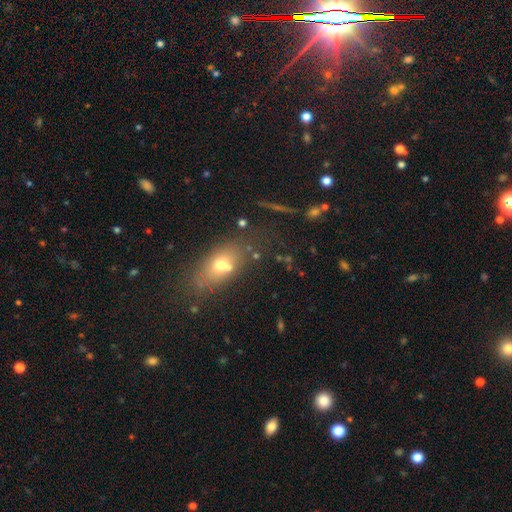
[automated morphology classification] Smooth or featured: smooth — 57% (featured or disk — 22%)
How rounded: in between — 63% (round — 23%)
Merging: none — 62% (merger — 17%)